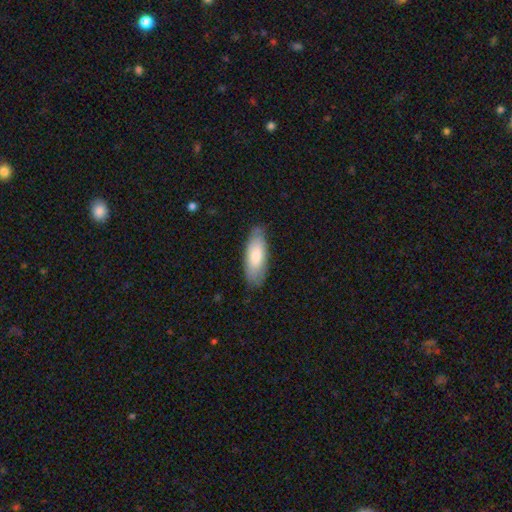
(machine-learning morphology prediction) Overall: smooth (73%). How rounded: in between (73%). Merging: none (81%).